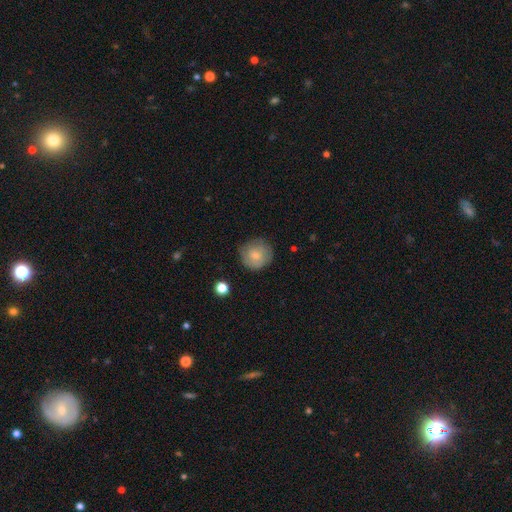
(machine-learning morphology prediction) Smooth or featured: smooth — 76% (featured or disk — 17%)
How rounded: round — 92% (in between — 7%)
Merging: none — 79% (minor disturbance — 16%)